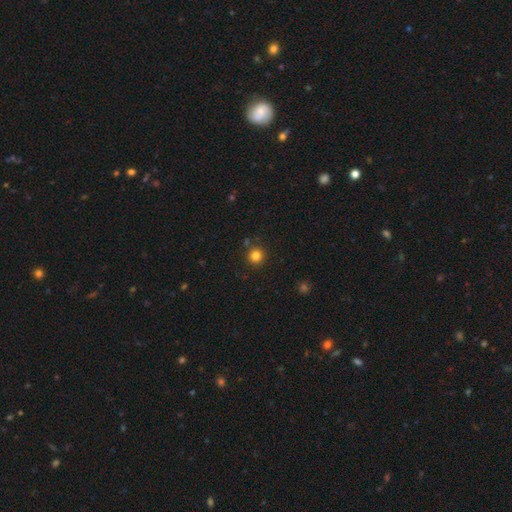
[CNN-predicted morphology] A smooth galaxy with no disk features (81%) that is round (95%).

Vote fractions:
- Smooth or featured? smooth: 81% / star or artifact: 14% / featured or disk: 5%
- How rounded? round: 95% / in between: 4% / cigar-shaped: 1%
- Merging? none: 88% / minor disturbance: 6% / merger: 4% / major disturbance: 2%